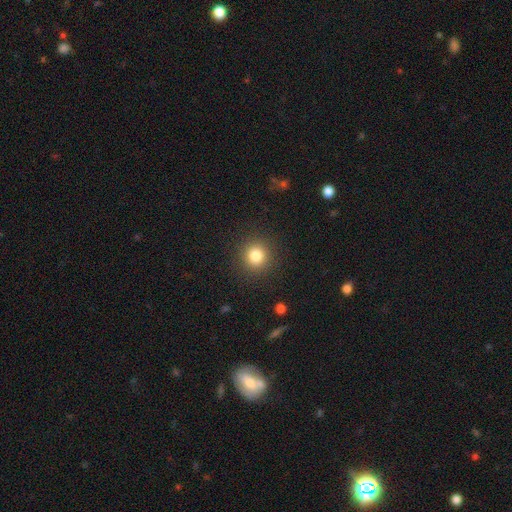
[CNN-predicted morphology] Smooth or featured? smooth (82%)
How rounded? round (93%)
Merging? none (90%)